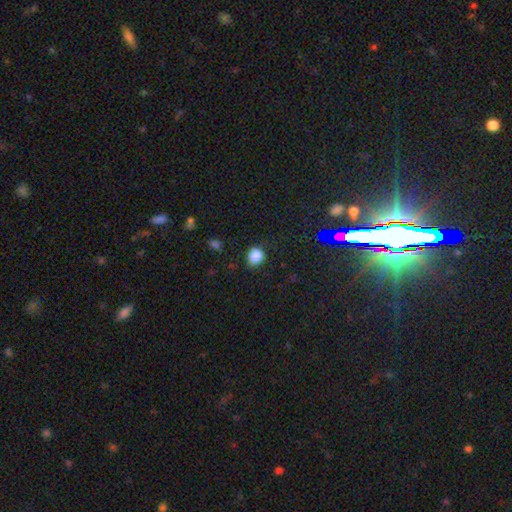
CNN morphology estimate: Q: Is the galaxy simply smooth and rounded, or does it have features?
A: smooth — 84%.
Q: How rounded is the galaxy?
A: round — 76%.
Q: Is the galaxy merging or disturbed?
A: none — 77%.